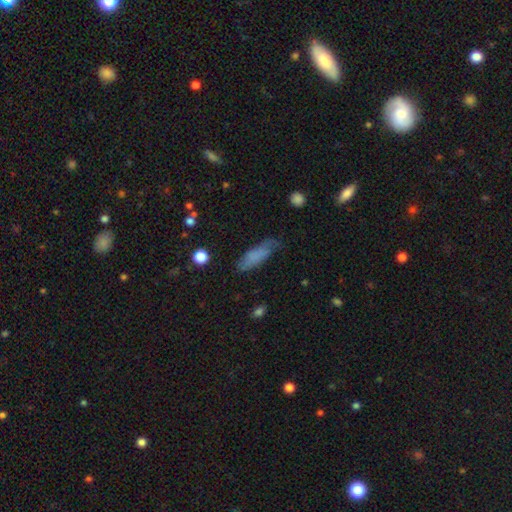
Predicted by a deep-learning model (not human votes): This is likely a smooth galaxy (73%). How rounded: possibly in between (50%). Merging: possibly none (56%).